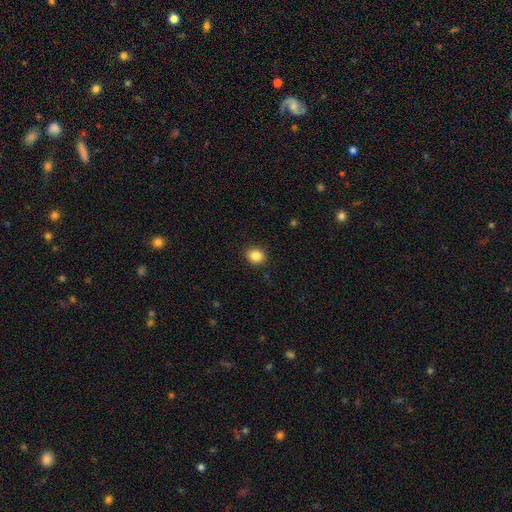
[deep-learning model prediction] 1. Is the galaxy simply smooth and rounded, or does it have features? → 87% smooth, 10% star or artifact, 4% featured or disk.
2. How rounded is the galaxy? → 69% round, 30% in between, 1% cigar-shaped.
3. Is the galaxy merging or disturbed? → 90% none, 7% minor disturbance, 2% major disturbance, 1% merger.